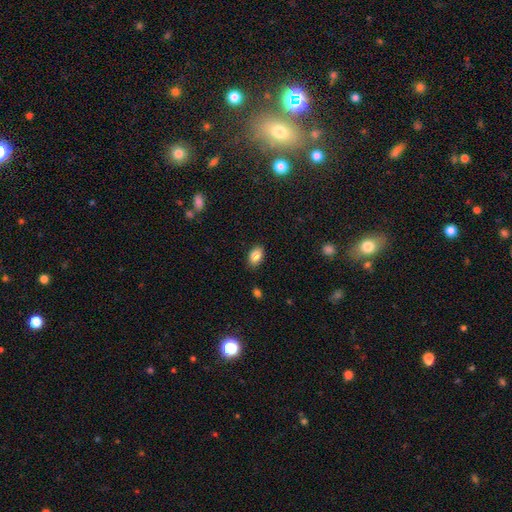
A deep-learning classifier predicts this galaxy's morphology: The model was most divided on "merging": none: 86%, minor disturbance: 10%, major disturbance: 2%, merger: 1%. More confident: how rounded — in between (88%); smooth or featured — smooth (85%).